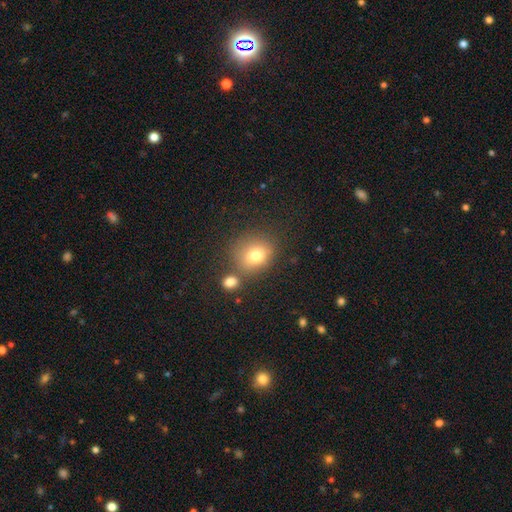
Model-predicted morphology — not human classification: Q: Smooth or featured?
A: smooth (76%); runner-up: star or artifact (13%)
Q: How rounded?
A: round (71%); runner-up: in between (28%)
Q: Merging?
A: none (65%); runner-up: merger (15%)